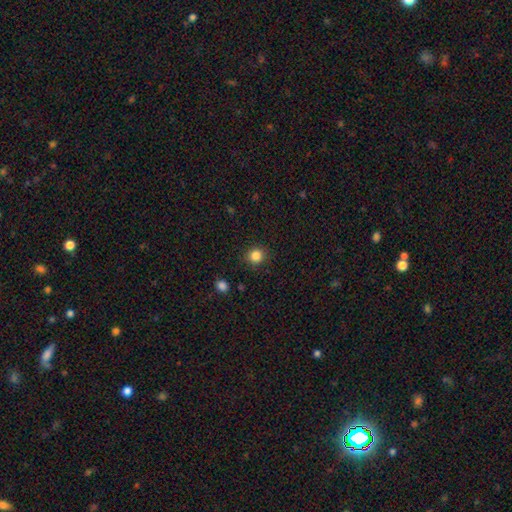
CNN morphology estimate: Smooth or featured? Predicted: smooth (p=0.85). How rounded? Predicted: round (p=0.89). Merging? Predicted: none (p=0.89).